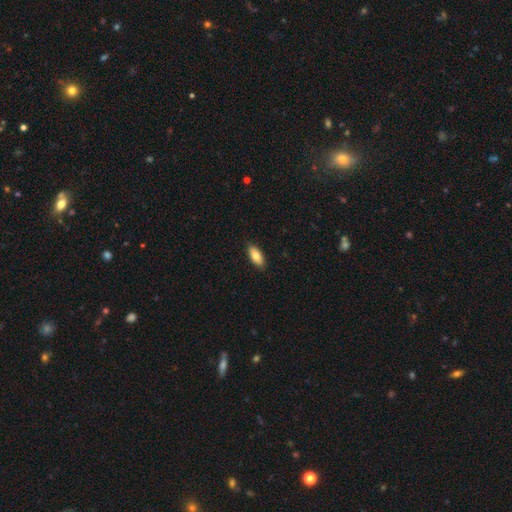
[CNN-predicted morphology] Smooth or featured? Predicted: smooth (p=0.81). How rounded? Predicted: in between (p=0.85). Merging? Predicted: none (p=0.88).